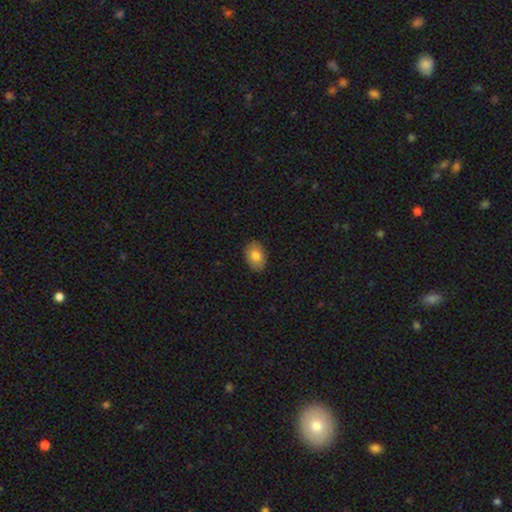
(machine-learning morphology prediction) The model was most divided on "how rounded": in between: 80%, round: 19%, cigar-shaped: 1%. More confident: merging — none (88%); smooth or featured — smooth (79%).